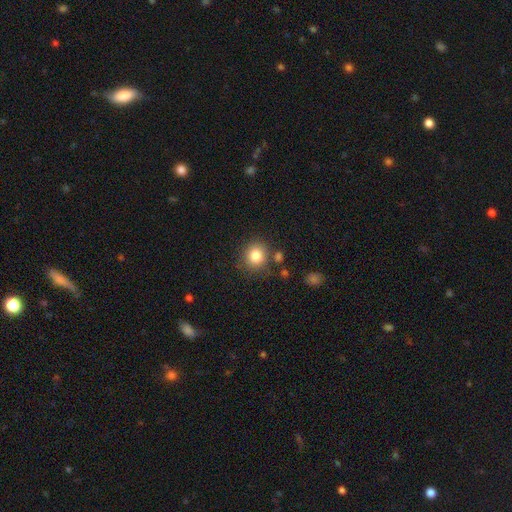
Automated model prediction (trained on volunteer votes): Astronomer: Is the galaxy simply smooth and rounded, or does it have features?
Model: smooth — 83%.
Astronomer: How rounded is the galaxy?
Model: round — 84%.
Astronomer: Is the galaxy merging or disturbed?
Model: none — 79%.